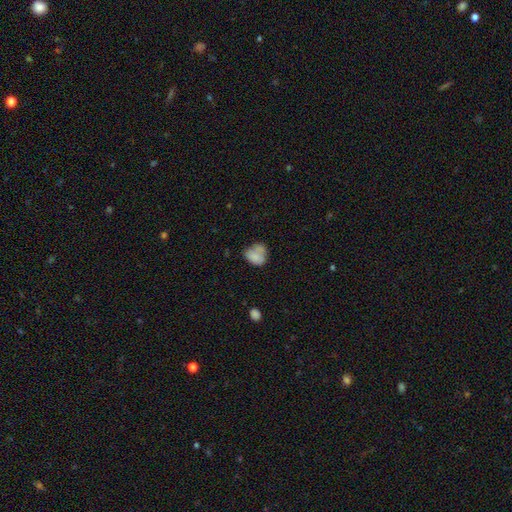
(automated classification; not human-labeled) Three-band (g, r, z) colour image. It shows a smooth galaxy with no disk features (76%) that is round (53%). Merging: none (42%).